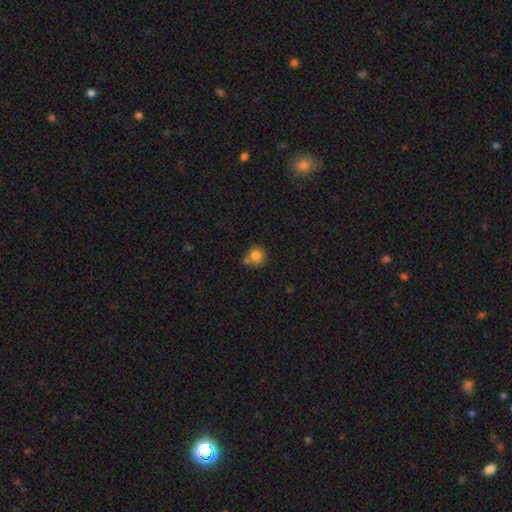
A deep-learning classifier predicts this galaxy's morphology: This is clearly a smooth galaxy (83%). How rounded: clearly round (89%). Merging: likely none (61%).